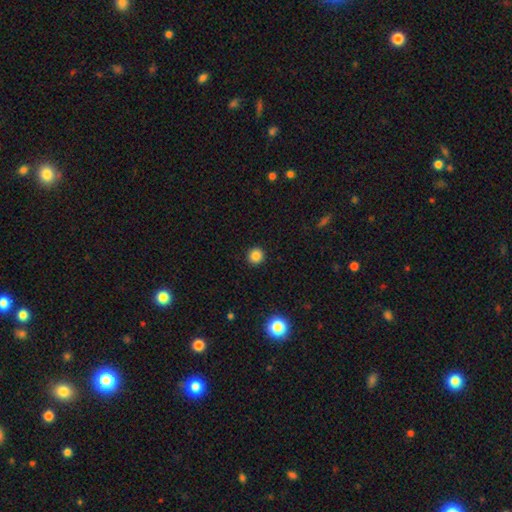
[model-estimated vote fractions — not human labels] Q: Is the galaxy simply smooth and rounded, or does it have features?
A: smooth — 85%.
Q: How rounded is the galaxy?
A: round — 94%.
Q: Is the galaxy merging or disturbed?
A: none — 93%.